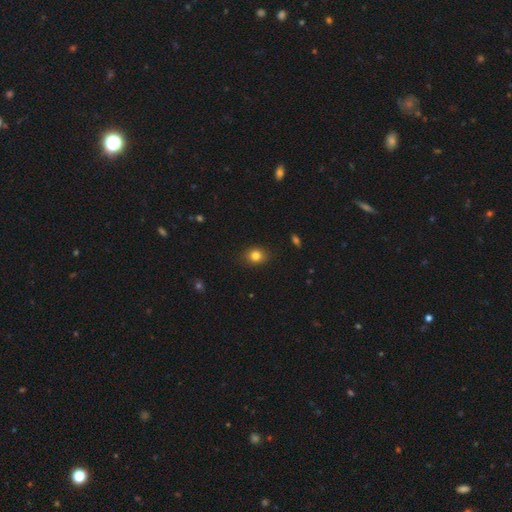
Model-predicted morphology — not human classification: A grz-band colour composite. It shows a smooth galaxy with no disk features (82%) that is round (61%). Merging: none (87%).